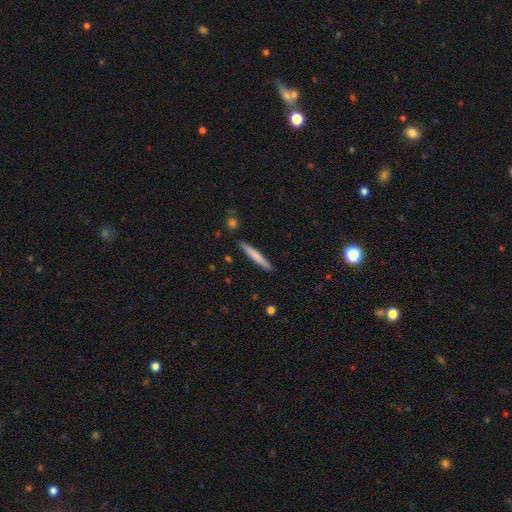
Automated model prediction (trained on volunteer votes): This appears to be a smooth galaxy with no disk features (69%) that is cigar-shaped (96%). Merging: none (90%).